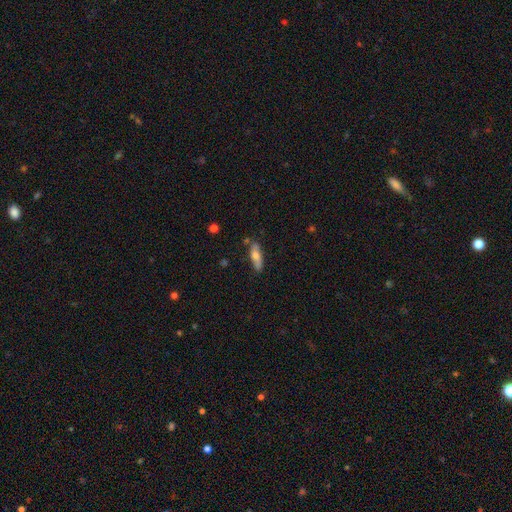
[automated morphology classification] This appears to be a smooth galaxy with no disk features (60%) that is in between round and cigar-shaped (54%). Merging: none (72%).